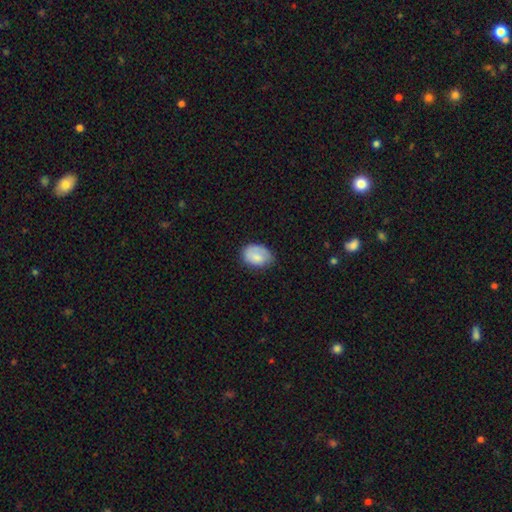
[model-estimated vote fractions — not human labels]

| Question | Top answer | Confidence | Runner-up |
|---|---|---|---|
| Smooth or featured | smooth | 75% | featured or disk (18%) |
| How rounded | in between | 77% | round (21%) |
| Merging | none | 63% | minor disturbance (27%) |